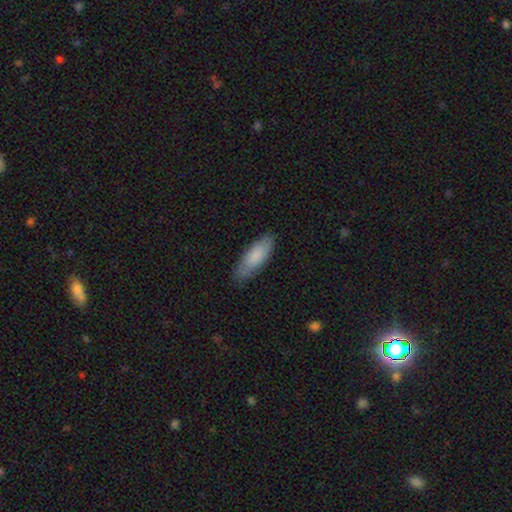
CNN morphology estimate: Smooth or featured? Predicted: smooth (p=0.78). How rounded? Predicted: in between (p=0.62). Merging? Predicted: none (p=0.81).